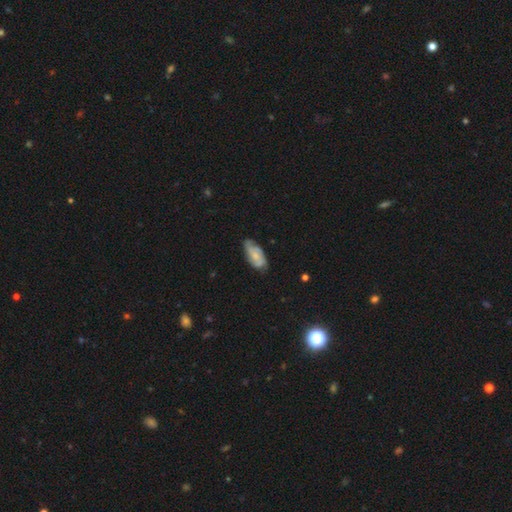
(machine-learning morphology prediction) smooth_or_featured: featured or disk (p=0.55) [alt: smooth p=0.39]
disk_edge_on: no (p=0.93) [alt: yes p=0.07]
bar: no (p=0.66) [alt: weak p=0.29]
has_spiral_arms: yes (p=0.85) [alt: no p=0.15]
bulge_size: small (p=0.49) [alt: moderate p=0.36]
merging: none (p=0.67) [alt: minor disturbance p=0.26]